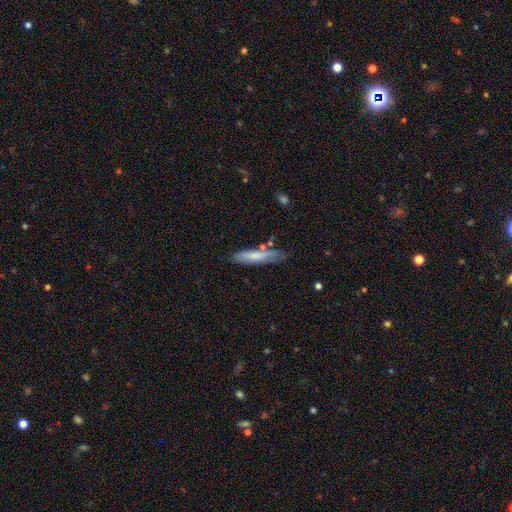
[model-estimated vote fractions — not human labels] smooth-or-featured: smooth: 68% | featured or disk: 26% | star or artifact: 6%
  how-rounded: cigar-shaped: 79% | in between: 19% | round: 2%
  merging: none: 66% | minor disturbance: 22% | merger: 6% | major disturbance: 5%